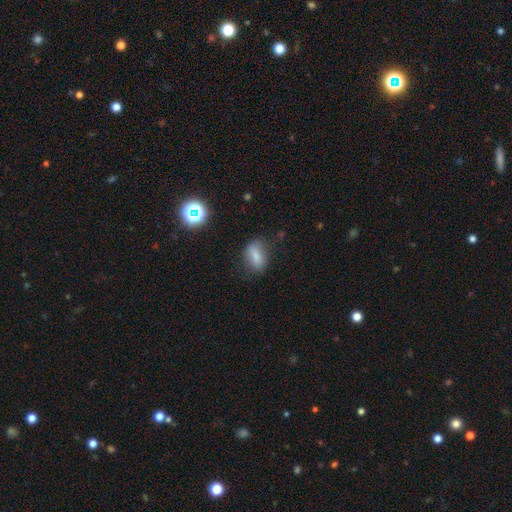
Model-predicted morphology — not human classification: This is likely a smooth galaxy (77%). How rounded: clearly in between (83%). Merging: likely none (71%).